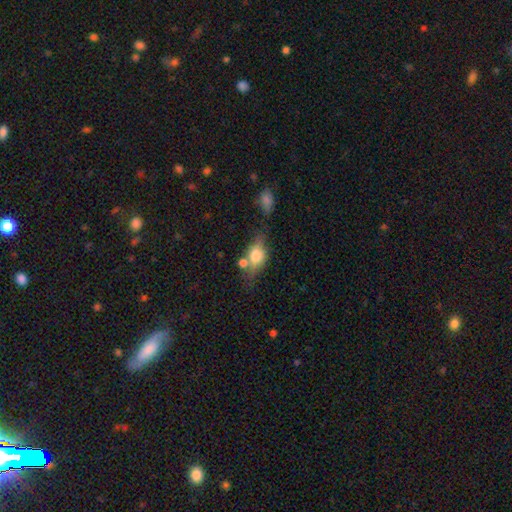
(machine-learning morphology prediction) Smooth or featured?
  - smooth: 56% *
  - featured or disk: 35%
  - star or artifact: 9%
How rounded?
  - in between: 71% *
  - round: 18%
  - cigar-shaped: 12%
Merging?
  - none: 55% *
  - minor disturbance: 20%
  - merger: 16%
  - major disturbance: 9%